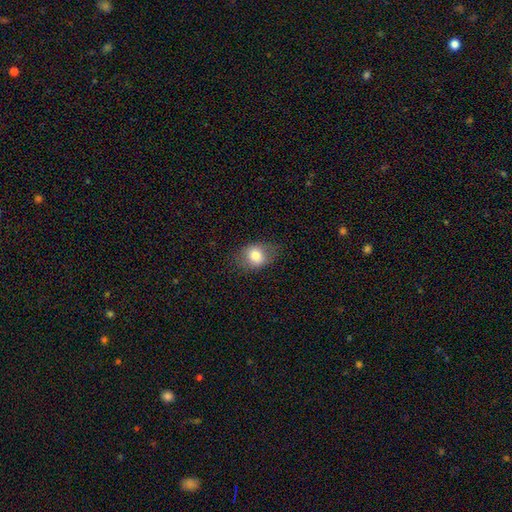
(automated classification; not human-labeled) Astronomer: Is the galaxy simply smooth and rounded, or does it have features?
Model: smooth — 77%.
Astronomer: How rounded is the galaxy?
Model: in between — 61% (runner-up: round, 38%).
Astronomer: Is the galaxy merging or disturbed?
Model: none — 75%.